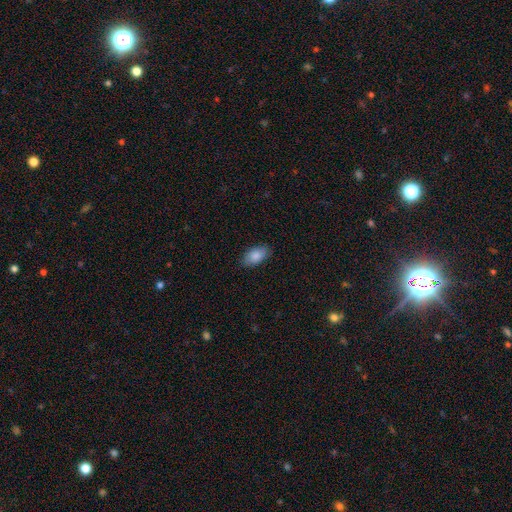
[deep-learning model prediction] smooth-or-featured: smooth: 87% | featured or disk: 7% | star or artifact: 6%
  how-rounded: in between: 93% | round: 4% | cigar-shaped: 3%
  merging: none: 86% | minor disturbance: 11% | major disturbance: 2% | merger: 1%